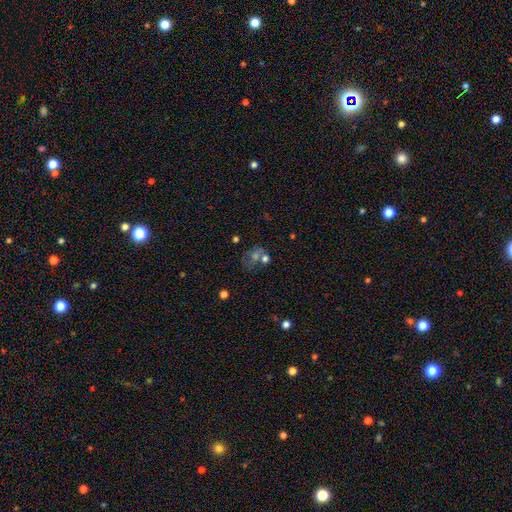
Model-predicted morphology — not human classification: This is marginally a smooth galaxy (38%). Merging: possibly none (50%).